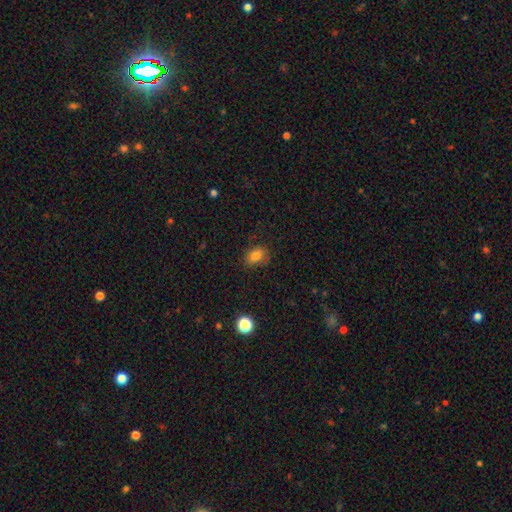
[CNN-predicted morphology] smooth_or_featured: smooth (p=0.81) [alt: star or artifact p=0.11]
how_rounded: in between (p=0.73) [alt: round p=0.25]
merging: none (p=0.78) [alt: minor disturbance p=0.16]